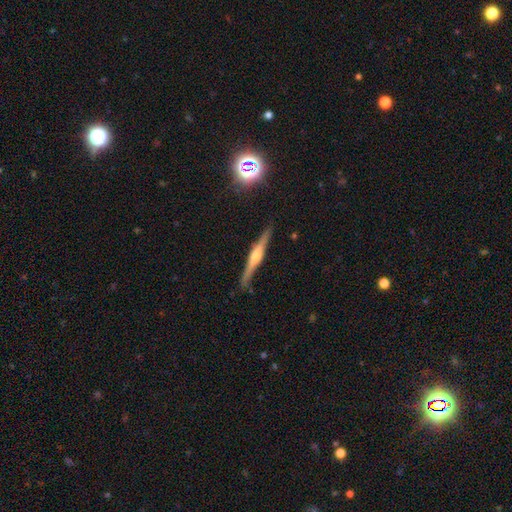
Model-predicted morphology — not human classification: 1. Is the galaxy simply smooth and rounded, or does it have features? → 77% featured or disk, 15% smooth, 7% star or artifact.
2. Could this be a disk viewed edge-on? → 98% yes, 2% no.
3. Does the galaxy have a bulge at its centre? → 86% rounded, 9% boxy, 5% none.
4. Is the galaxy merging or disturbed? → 88% none, 8% minor disturbance, 2% major disturbance, 1% merger.